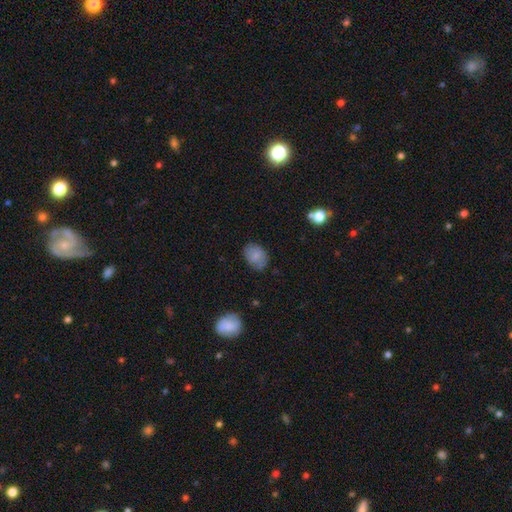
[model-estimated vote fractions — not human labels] Q: Smooth or featured?
A: smooth (77%); runner-up: featured or disk (15%)
Q: How rounded?
A: in between (68%); runner-up: round (31%)
Q: Merging?
A: none (70%); runner-up: minor disturbance (23%)